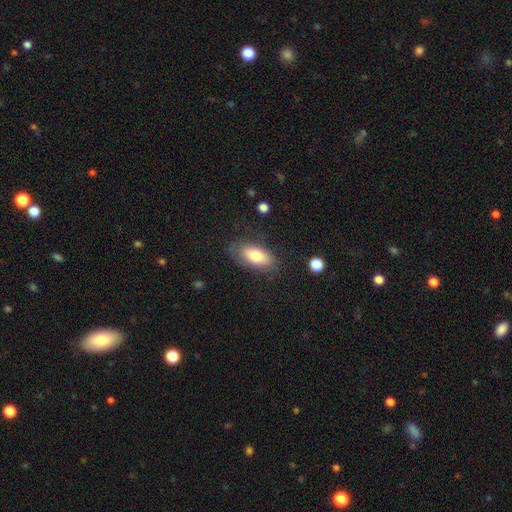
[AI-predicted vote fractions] A smooth galaxy with no disk features (78%) that is in between round and cigar-shaped (88%).

Vote fractions:
- Smooth or featured? smooth: 78% / featured or disk: 15% / star or artifact: 7%
- How rounded? in between: 88% / cigar-shaped: 9% / round: 3%
- Merging? none: 78% / minor disturbance: 16% / major disturbance: 5% / merger: 2%